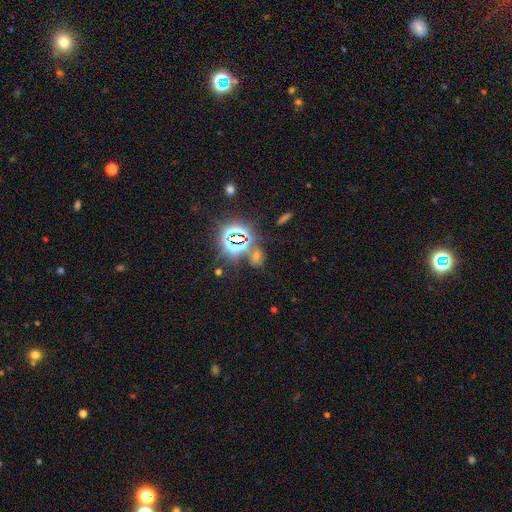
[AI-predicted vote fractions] smooth_or_featured: star or artifact (p=0.70) [alt: smooth p=0.20]